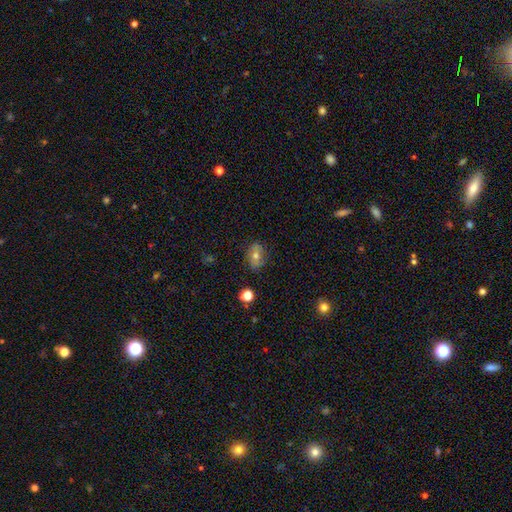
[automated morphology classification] type=smooth (51%); roundness=in between (66%); merging=none (79%).